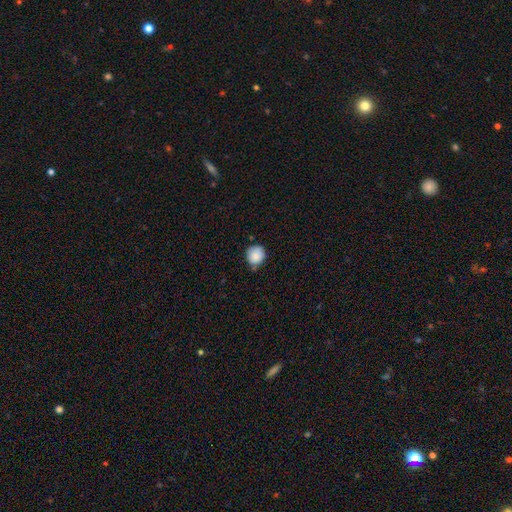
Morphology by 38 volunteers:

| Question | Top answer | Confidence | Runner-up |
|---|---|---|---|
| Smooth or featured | smooth | 87% | star or artifact (8%) |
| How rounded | round | 100% | — |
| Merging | none | 77% | minor disturbance (20%) |